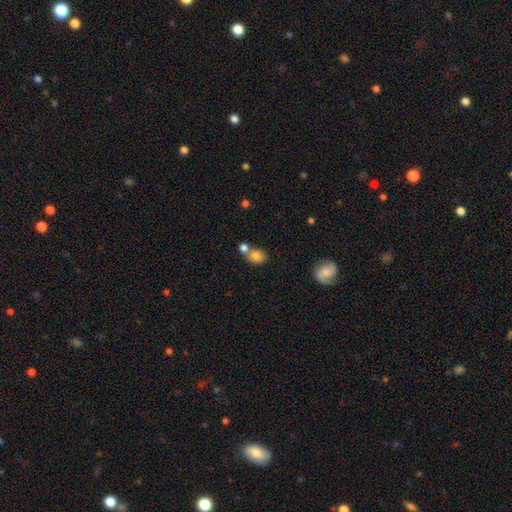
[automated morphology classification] smooth-or-featured: smooth: 81% | star or artifact: 10% | featured or disk: 9%
  how-rounded: round: 57% | in between: 41% | cigar-shaped: 1%
  merging: none: 51% | merger: 35% | minor disturbance: 11% | major disturbance: 4%